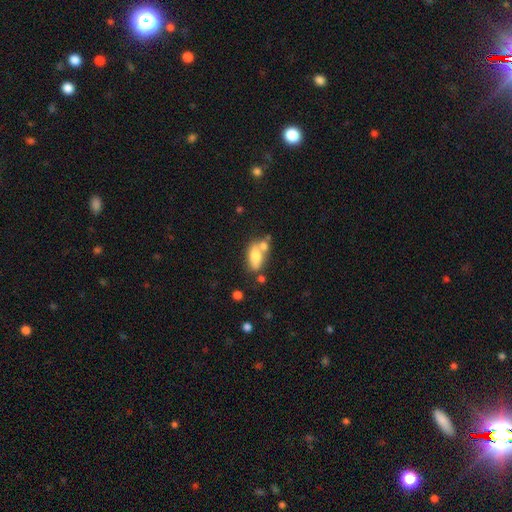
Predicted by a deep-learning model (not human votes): Morphology: type=smooth (68%); roundness=in between (80%); merging=none (43%).